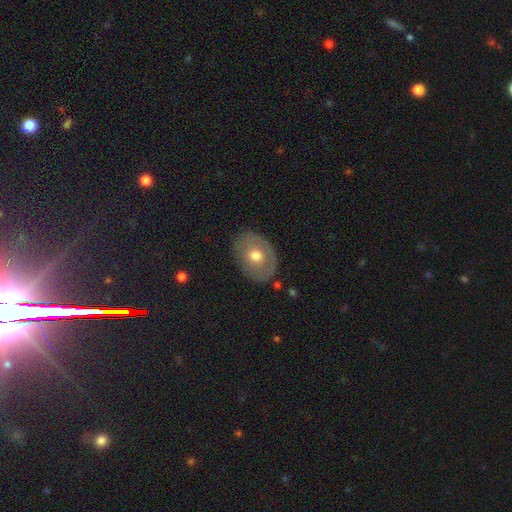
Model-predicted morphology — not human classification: A smooth galaxy with no disk features (55%) that is in between round and cigar-shaped (70%).

Vote fractions:
- Smooth or featured? smooth: 55% / featured or disk: 38% / star or artifact: 7%
- How rounded? in between: 70% / round: 29% / cigar-shaped: 1%
- Merging? none: 80% / minor disturbance: 14% / major disturbance: 4% / merger: 2%